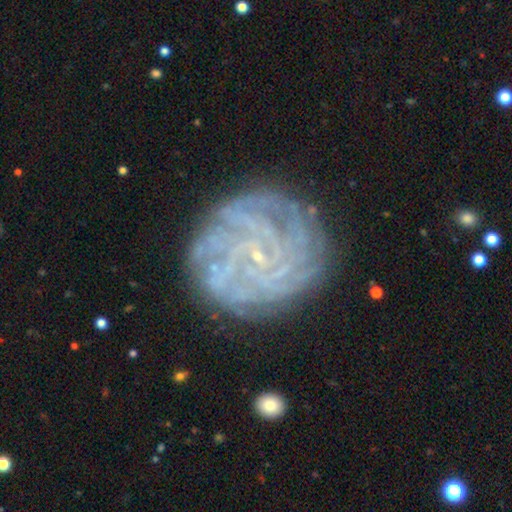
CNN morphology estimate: A featured or disk galaxy (79%) with no bar (63%), more than 4 (32%) tight (78%) spiral arms (95%) and a small central bulge (86%). Merging: none (82%).